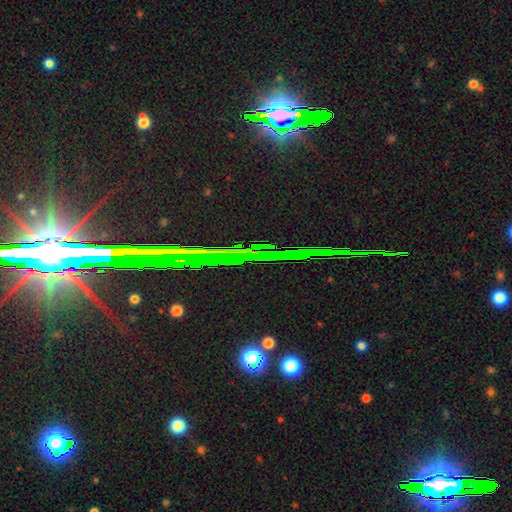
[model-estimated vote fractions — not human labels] Smooth or featured?
  - star or artifact: 84% *
  - featured or disk: 9%
  - smooth: 7%